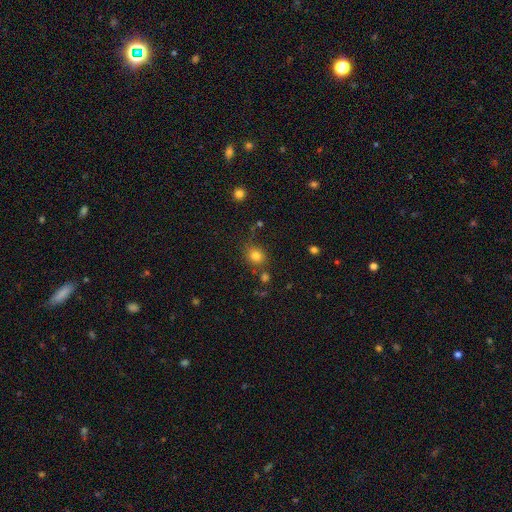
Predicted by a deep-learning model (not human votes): Morphology: type=smooth (80%); roundness=round (75%); merging=none (75%).